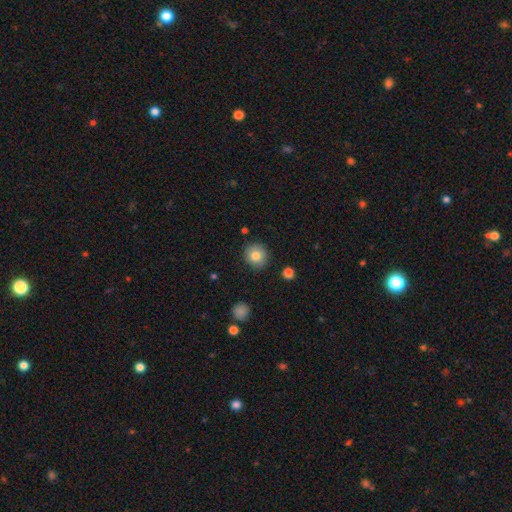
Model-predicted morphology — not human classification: Overall: smooth (81%). How rounded: round (90%). Merging: none (88%).